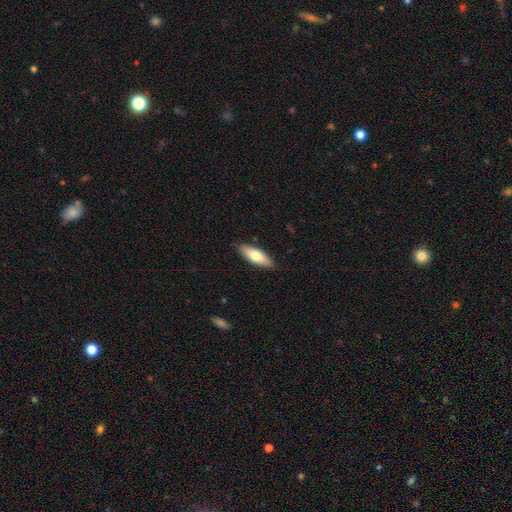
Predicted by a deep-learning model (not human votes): Smooth or featured? Predicted: smooth (p=0.71). How rounded? Predicted: in between (p=0.64). Merging? Predicted: none (p=0.88).